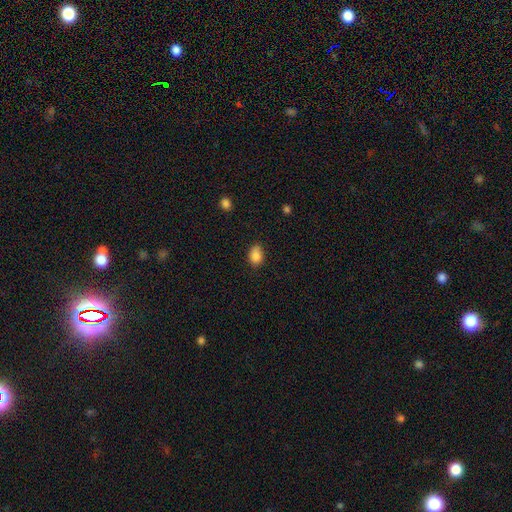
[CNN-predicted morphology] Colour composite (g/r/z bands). It shows a smooth galaxy with no disk features (87%) that is in between round and cigar-shaped (80%). Merging: none (75%).